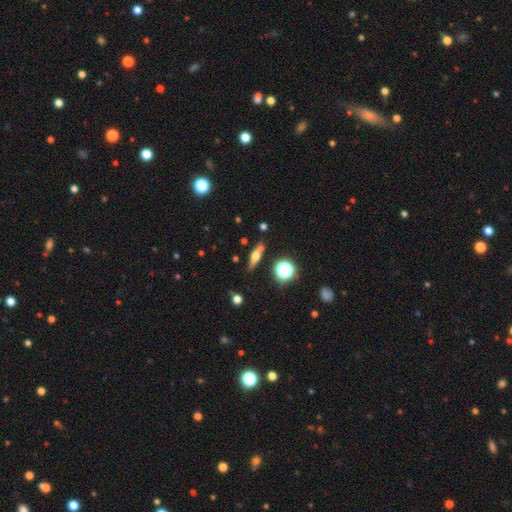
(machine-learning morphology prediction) Smooth or featured? Predicted: featured or disk (p=0.46). Merging? Predicted: none (p=0.80).